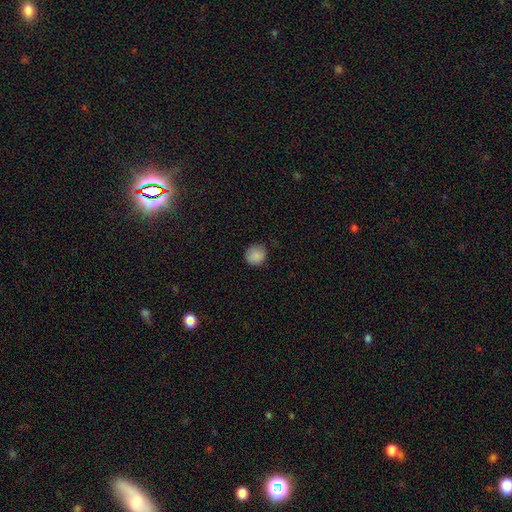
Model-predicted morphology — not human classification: Overall: smooth (87%). How rounded: round (88%). Merging: none (78%).